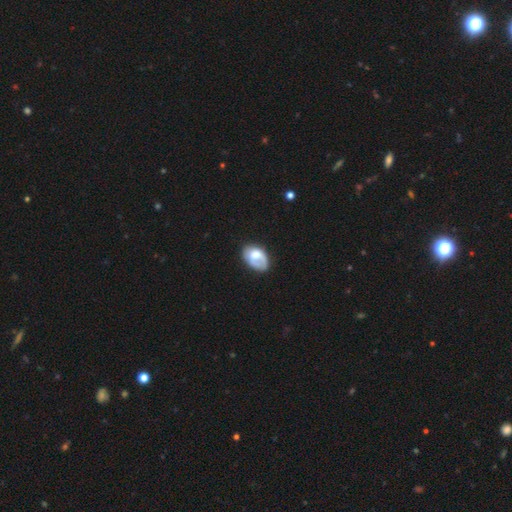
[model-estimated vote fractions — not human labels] Overall: smooth (62%; featured or disk 32%). How rounded: in between (84%). Merging: none (45%; minor disturbance 32%).